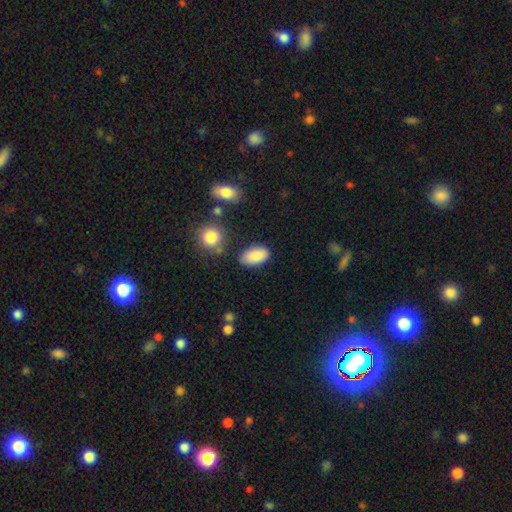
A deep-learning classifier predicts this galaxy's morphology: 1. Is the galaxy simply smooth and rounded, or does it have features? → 88% smooth, 7% star or artifact, 5% featured or disk.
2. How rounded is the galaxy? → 94% in between, 4% round, 2% cigar-shaped.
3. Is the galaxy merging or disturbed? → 80% none, 13% minor disturbance, 3% merger, 3% major disturbance.